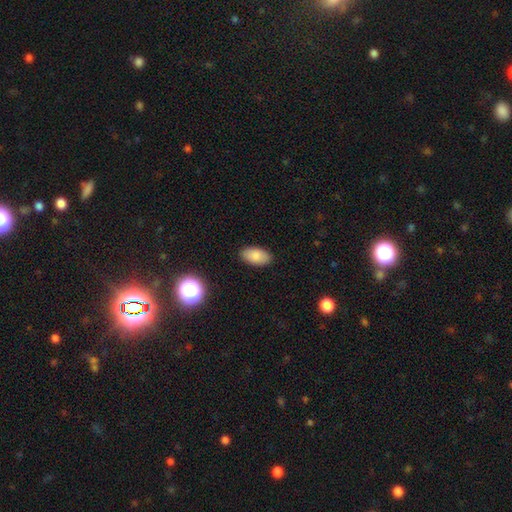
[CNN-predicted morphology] The model was most divided on "smooth or featured": smooth: 82%, featured or disk: 10%, star or artifact: 8%. More confident: how rounded — in between (93%); merging — none (88%).